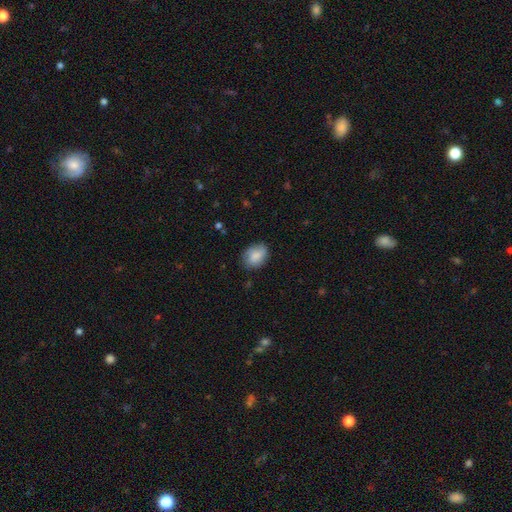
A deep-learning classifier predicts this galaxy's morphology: A smooth galaxy with no disk features (78%) that is in between round and cigar-shaped (66%).

Vote fractions:
- Smooth or featured? smooth: 78% / featured or disk: 14% / star or artifact: 7%
- How rounded? in between: 66% / round: 33% / cigar-shaped: 1%
- Merging? none: 72% / minor disturbance: 22% / major disturbance: 5% / merger: 1%